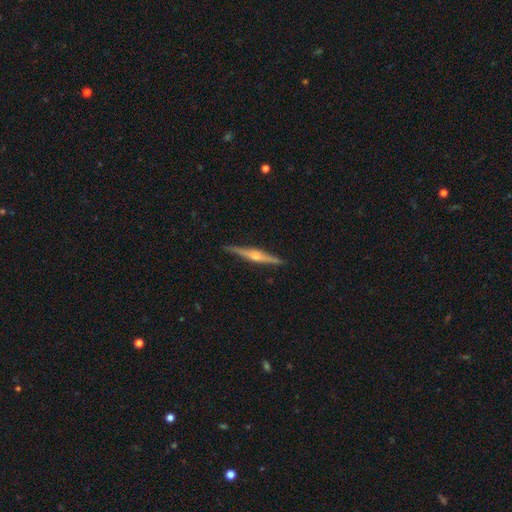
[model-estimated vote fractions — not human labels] Smooth or featured? featured or disk (82%)
Edge-on disk? yes (98%)
Edge-on bulge? rounded (89%)
Merging? none (91%)